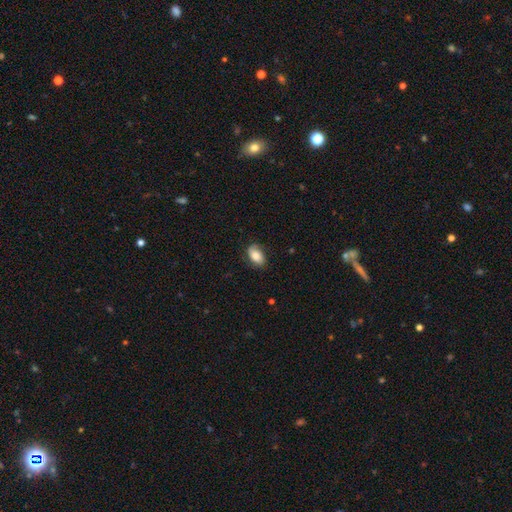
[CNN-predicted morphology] Smooth or featured? smooth (75%)
How rounded? in between (91%)
Merging? none (73%)